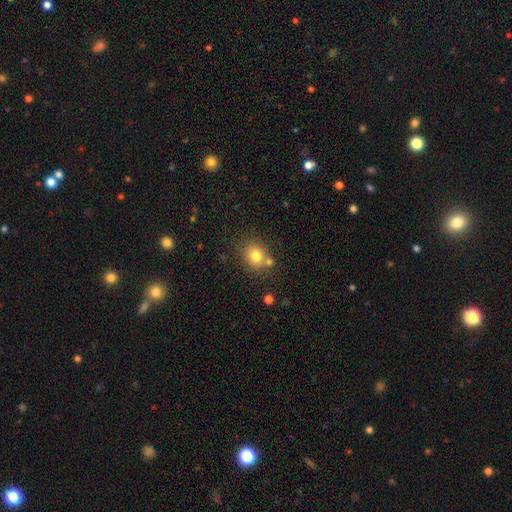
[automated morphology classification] A smooth galaxy with no disk features (79%) that is round (69%). Merging: none (66%).